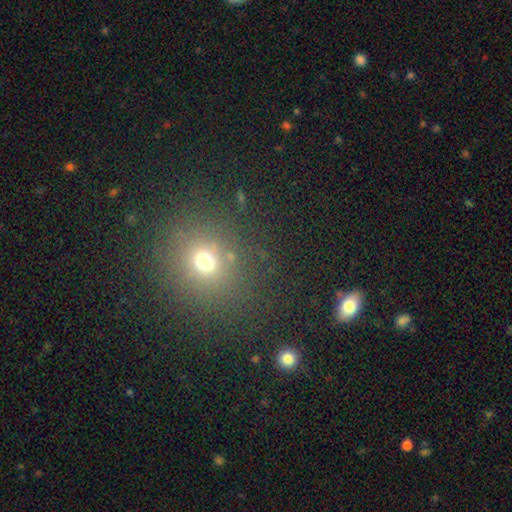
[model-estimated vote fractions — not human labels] Q: Smooth or featured?
A: smooth (60%); runner-up: star or artifact (30%)
Q: How rounded?
A: round (83%); runner-up: in between (16%)
Q: Merging?
A: none (86%); runner-up: minor disturbance (8%)